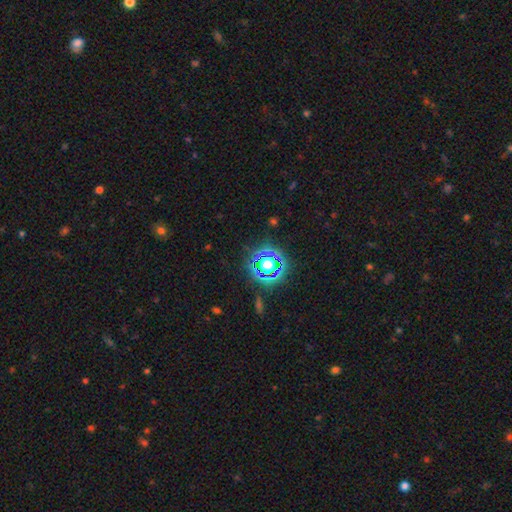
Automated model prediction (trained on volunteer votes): Smooth or featured? Predicted: star or artifact (p=0.80).